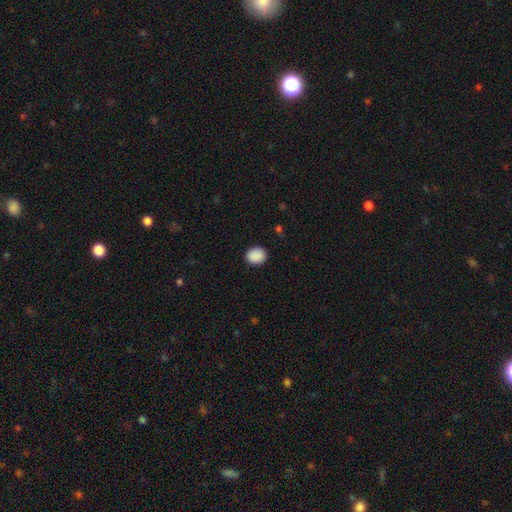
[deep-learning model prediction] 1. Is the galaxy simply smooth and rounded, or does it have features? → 90% smooth, 8% star or artifact, 2% featured or disk.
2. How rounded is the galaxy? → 68% round, 31% in between, 1% cigar-shaped.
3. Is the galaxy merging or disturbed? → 90% none, 7% minor disturbance, 2% major disturbance, 1% merger.